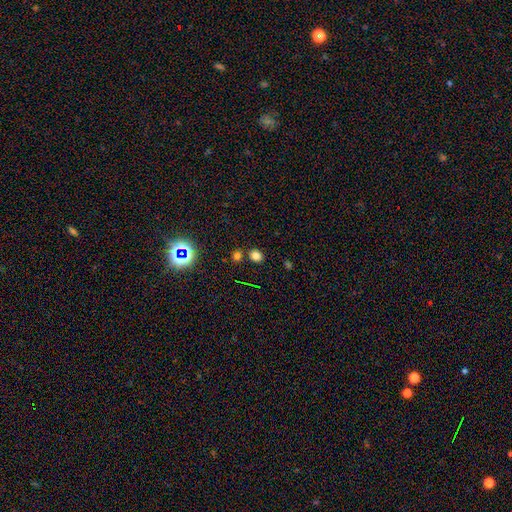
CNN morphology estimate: smooth-or-featured: smooth: 75% | star or artifact: 19% | featured or disk: 6%
  how-rounded: round: 62% | in between: 37% | cigar-shaped: 1%
  merging: none: 78% | merger: 11% | minor disturbance: 8% | major disturbance: 3%